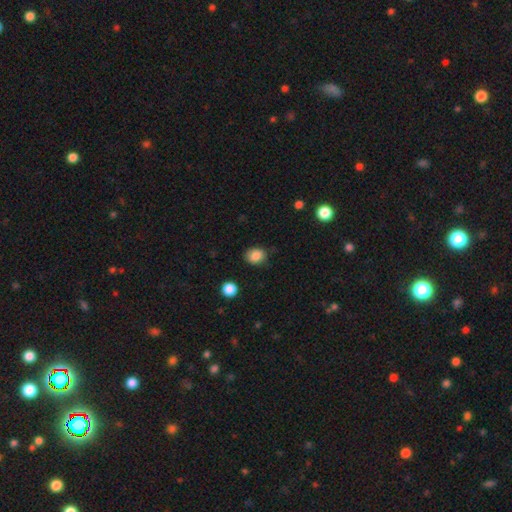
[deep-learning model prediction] The model was most divided on "how rounded": round: 54%, in between: 45%, cigar-shaped: 1%. More confident: smooth or featured — smooth (86%); merging — none (81%).